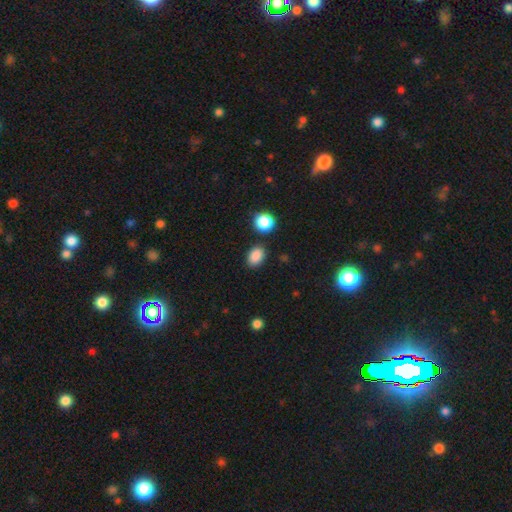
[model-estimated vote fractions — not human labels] Morphology: type=smooth (87%); roundness=in between (78%); merging=none (83%).